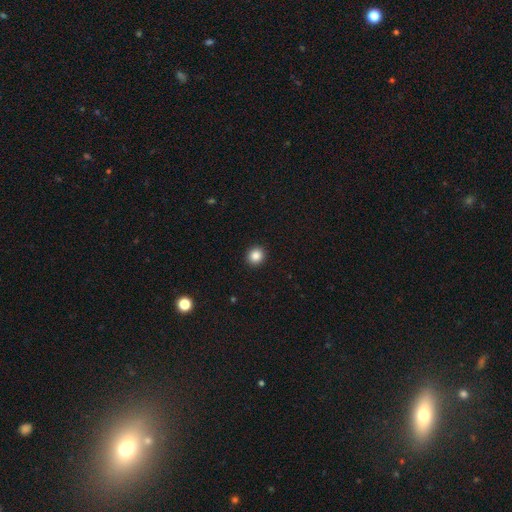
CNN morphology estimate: This is clearly a smooth galaxy (86%). How rounded: clearly round (88%). Merging: clearly none (93%).